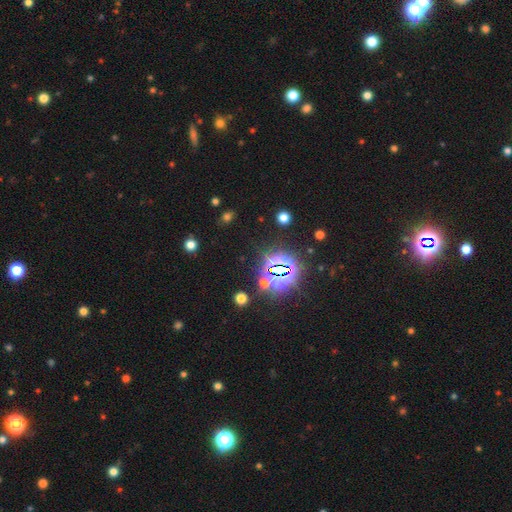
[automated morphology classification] star or artifact 81%, smooth 12%, featured or disk 7%.